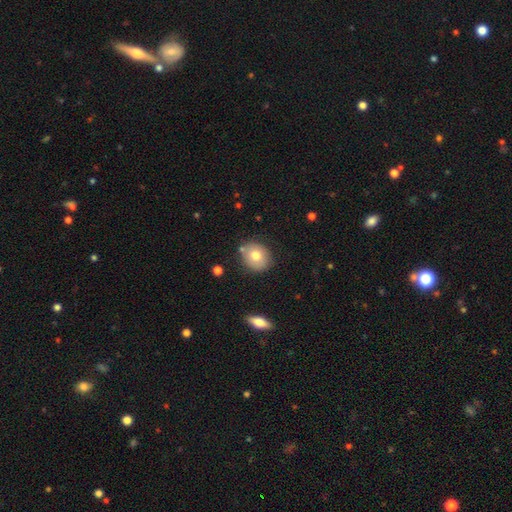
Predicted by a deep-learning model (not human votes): The model was most divided on "how rounded": round: 71%, in between: 28%, cigar-shaped: 1%. More confident: merging — none (79%); smooth or featured — smooth (72%).